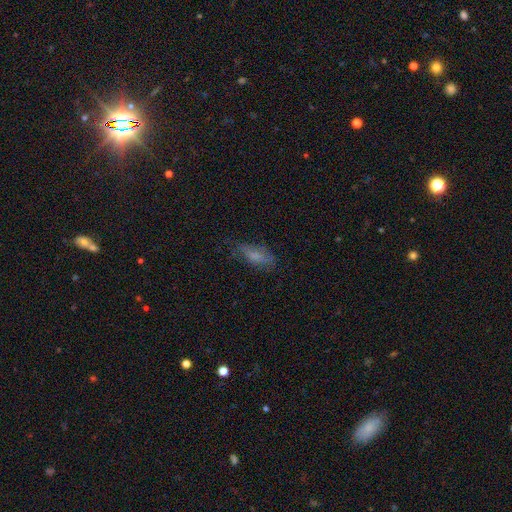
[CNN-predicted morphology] This appears to be a smooth galaxy with no disk features (63%) that is in between round and cigar-shaped (71%). Merging: none (62%).